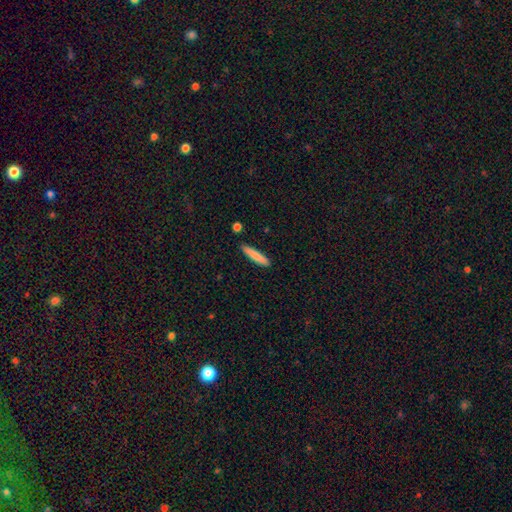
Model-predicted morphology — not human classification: This is clearly a smooth galaxy (81%). How rounded: clearly cigar-shaped (89%). Merging: clearly none (88%).